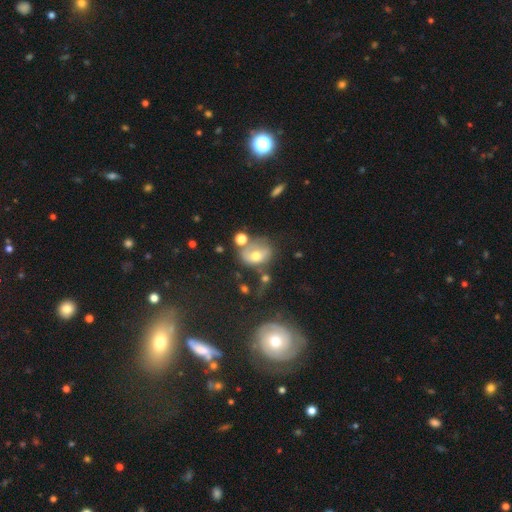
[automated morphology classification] Smooth or featured?
  - smooth: 49% *
  - featured or disk: 37%
  - star or artifact: 14%
Merging?
  - none: 38% *
  - minor disturbance: 23%
  - merger: 21%
  - major disturbance: 18%